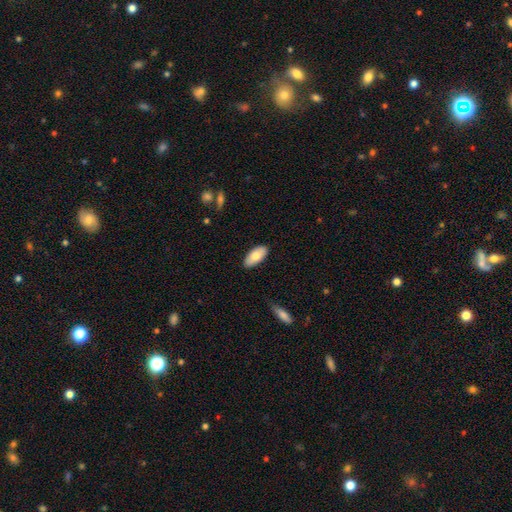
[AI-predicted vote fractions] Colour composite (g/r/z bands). It shows a smooth galaxy with no disk features (76%) that is in between round and cigar-shaped (92%). Merging: none (86%).